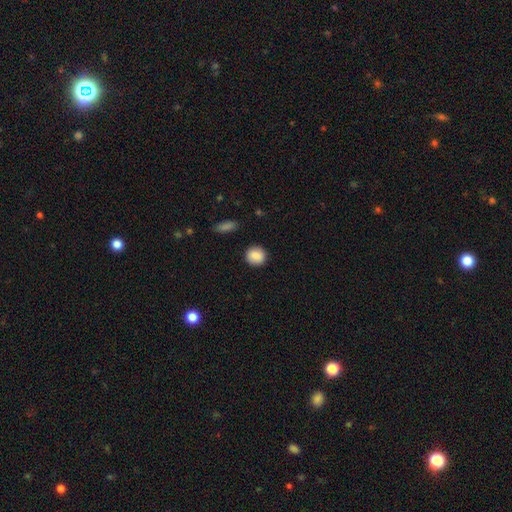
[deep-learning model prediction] Q: Smooth or featured?
A: smooth (88%); runner-up: star or artifact (7%)
Q: How rounded?
A: round (85%); runner-up: in between (14%)
Q: Merging?
A: none (89%); runner-up: minor disturbance (7%)